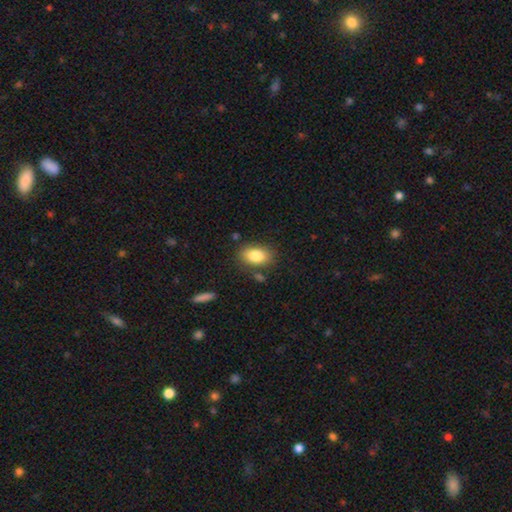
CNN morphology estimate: Overall: smooth (83%). How rounded: in between (86%). Merging: none (78%).